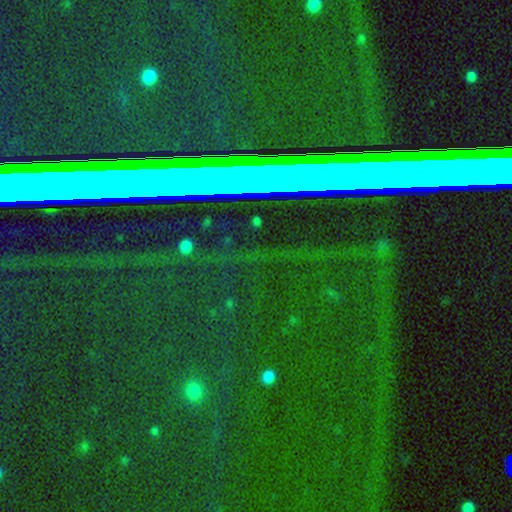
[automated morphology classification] Overall: star or artifact (79%).